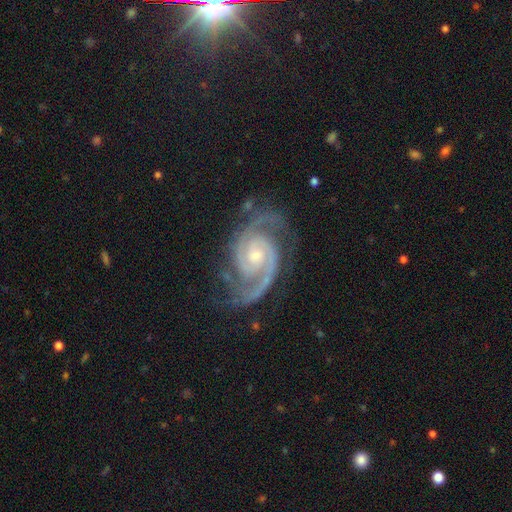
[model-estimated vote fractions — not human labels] A featured or disk galaxy (94%) with no bar (60%), 2 (85%) tight (51%) spiral arms (99%) and a small central bulge (47%, tied with moderate). Merging: none (75%).